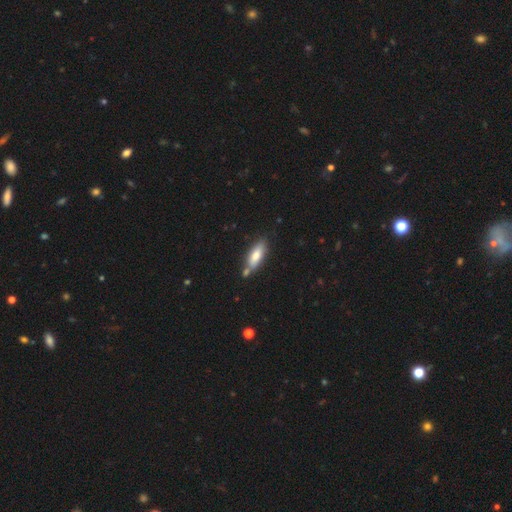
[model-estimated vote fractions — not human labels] Smooth or featured? smooth (75%)
How rounded? in between (60%)
Merging? none (64%)